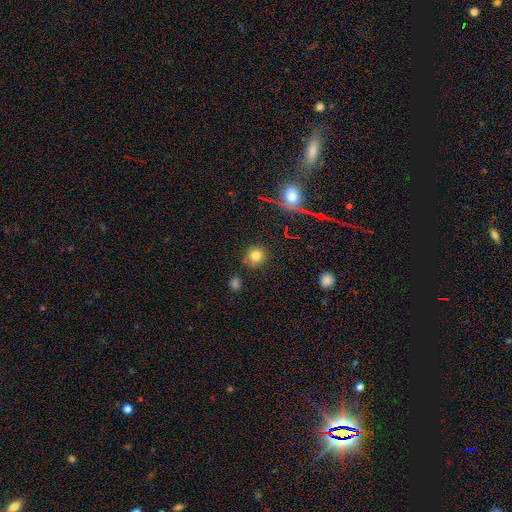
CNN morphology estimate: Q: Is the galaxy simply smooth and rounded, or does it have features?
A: smooth — 78%.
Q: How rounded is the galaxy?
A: round — 90%.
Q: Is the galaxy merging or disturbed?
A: none — 84%.